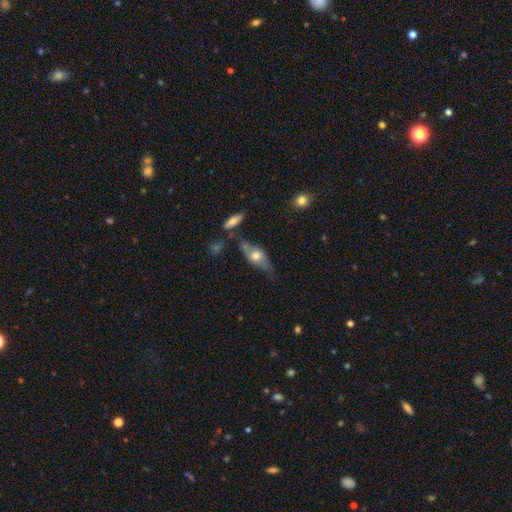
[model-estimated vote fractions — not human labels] smooth_or_featured: smooth (p=0.54) [alt: featured or disk p=0.39]
how_rounded: in between (p=0.73) [alt: cigar-shaped p=0.21]
merging: none (p=0.50) [alt: minor disturbance p=0.26]